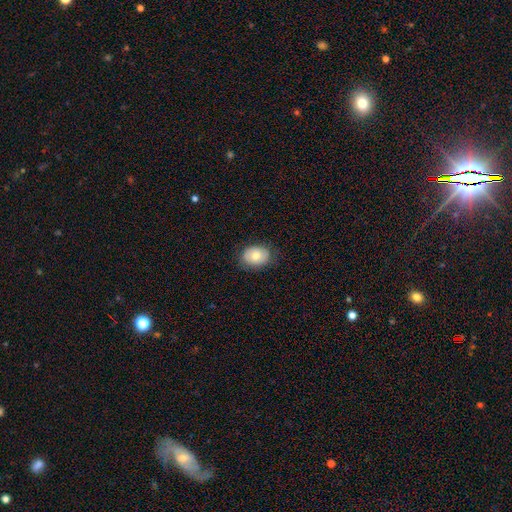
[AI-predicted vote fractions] Q: Smooth or featured?
A: smooth (70%); runner-up: featured or disk (22%)
Q: How rounded?
A: in between (61%); runner-up: round (38%)
Q: Merging?
A: none (80%); runner-up: minor disturbance (16%)